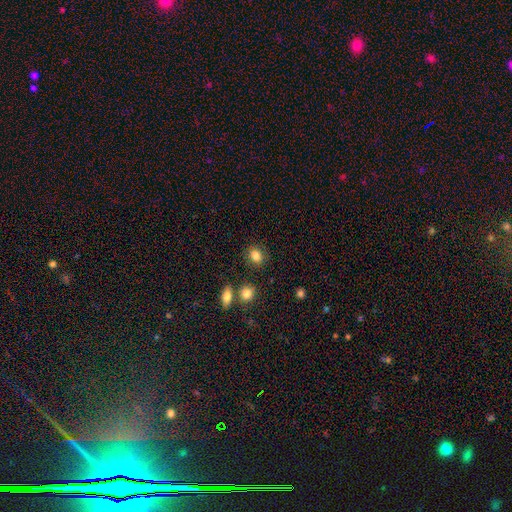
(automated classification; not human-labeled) This appears to be a smooth galaxy with no disk features (85%) that is in between round and cigar-shaped (56%). Merging: none (83%).